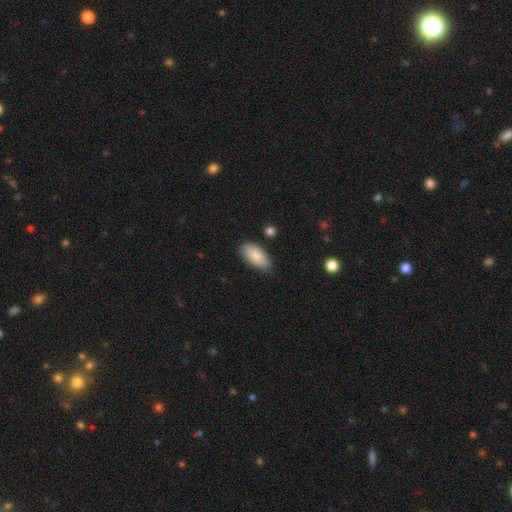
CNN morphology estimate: This appears to be a smooth galaxy with no disk features (84%) that is in between round and cigar-shaped (91%). Merging: none (75%).